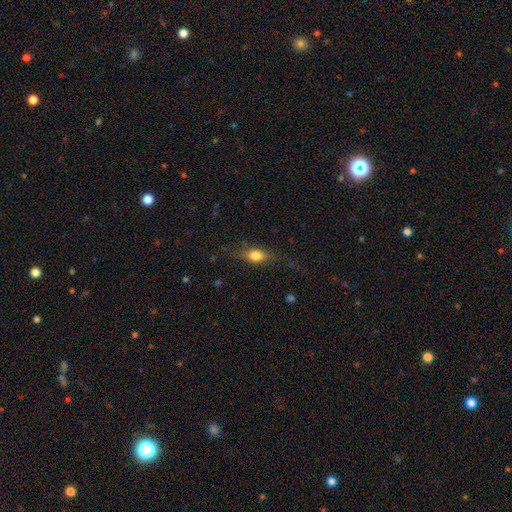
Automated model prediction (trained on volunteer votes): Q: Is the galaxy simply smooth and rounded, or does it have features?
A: smooth — 63%.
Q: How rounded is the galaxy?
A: in between — 67%.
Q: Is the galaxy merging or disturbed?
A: none — 71%.